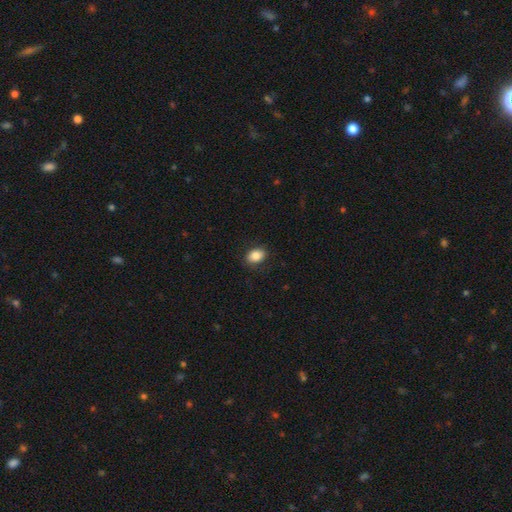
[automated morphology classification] smooth-or-featured: smooth: 85% | star or artifact: 8% | featured or disk: 6%
  how-rounded: in between: 73% | round: 26% | cigar-shaped: 1%
  merging: none: 85% | minor disturbance: 11% | major disturbance: 3% | merger: 1%